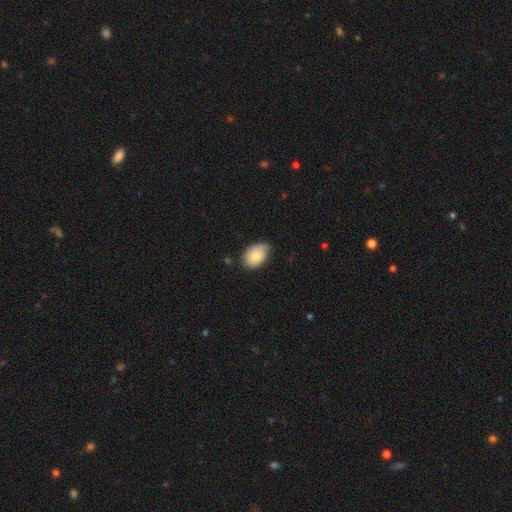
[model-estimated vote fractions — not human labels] Smooth or featured: smooth — 83% (featured or disk — 10%)
How rounded: in between — 86% (round — 13%)
Merging: none — 62% (minor disturbance — 32%)